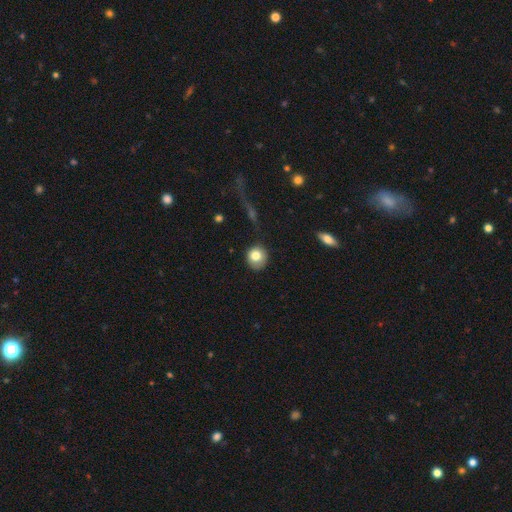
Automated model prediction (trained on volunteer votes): Smooth or featured? Predicted: smooth (p=0.80). How rounded? Predicted: round (p=0.86). Merging? Predicted: none (p=0.76).